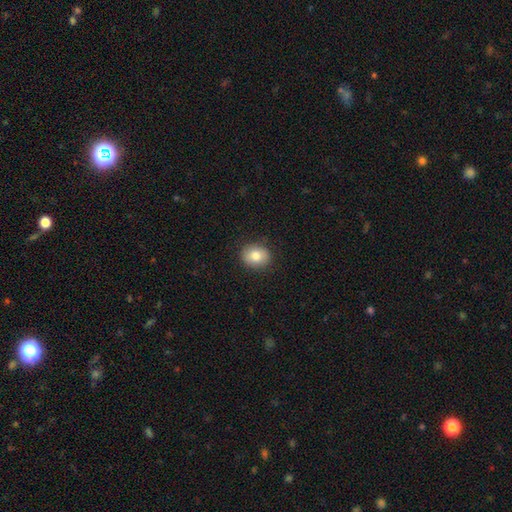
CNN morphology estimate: A smooth galaxy with no disk features (81%) that is round (64%). Merging: none (89%).